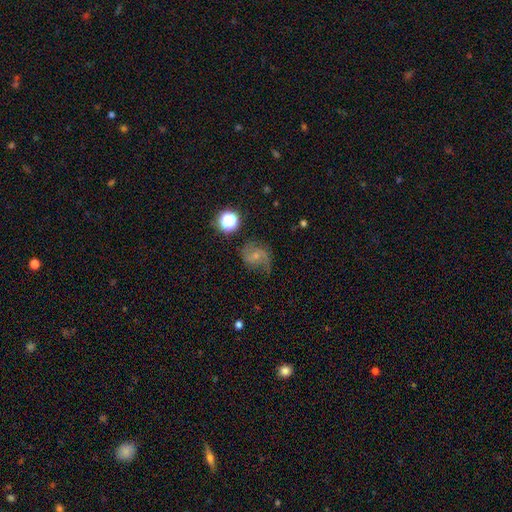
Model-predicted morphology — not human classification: Q: Smooth or featured?
A: featured or disk (63%); runner-up: smooth (23%)
Q: Edge-on disk?
A: no (98%); runner-up: yes (2%)
Q: Bar?
A: no (55%); runner-up: weak (36%)
Q: Spiral arms?
A: yes (91%); runner-up: no (9%)
Q: Spiral winding?
A: loose (46%); runner-up: medium (41%)
Q: Spiral arm count?
A: 2 (77%); runner-up: 1 (10%)
Q: Bulge size?
A: small (63%); runner-up: moderate (28%)
Q: Merging?
A: none (57%); runner-up: minor disturbance (25%)